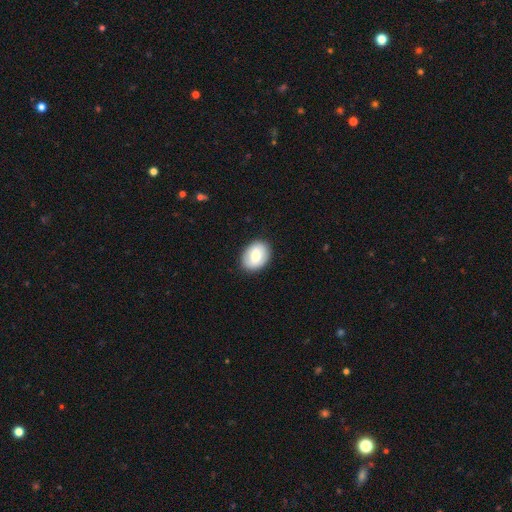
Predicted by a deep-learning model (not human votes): smooth-or-featured: smooth: 74% | featured or disk: 19% | star or artifact: 7%
  how-rounded: in between: 68% | round: 31% | cigar-shaped: 1%
  merging: none: 88% | minor disturbance: 9% | major disturbance: 2% | merger: 1%